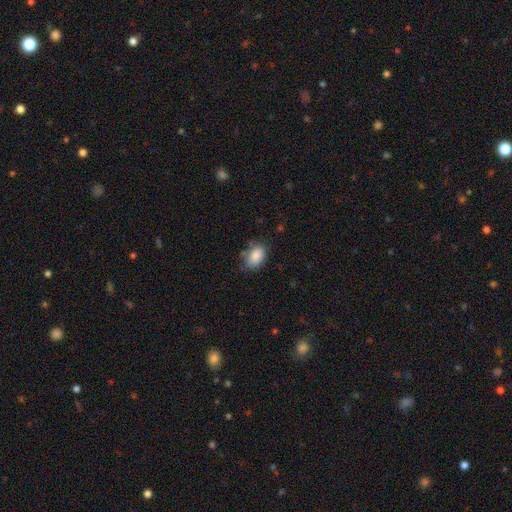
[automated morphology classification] smooth_or_featured: smooth (p=0.87) [alt: star or artifact p=0.08]
how_rounded: in between (p=0.85) [alt: round p=0.14]
merging: none (p=0.69) [alt: minor disturbance p=0.23]